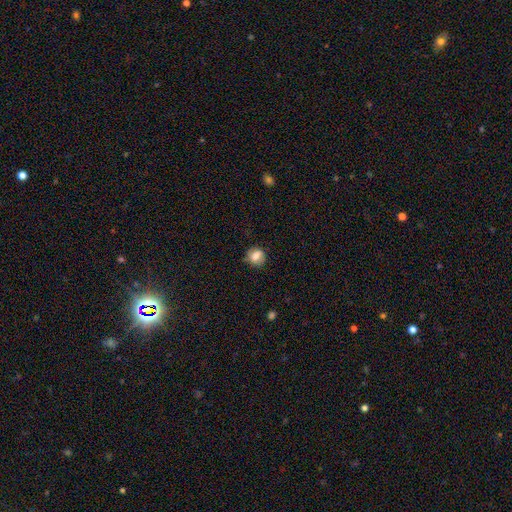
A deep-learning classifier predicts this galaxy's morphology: type=smooth (78%); roundness=round (76%); merging=none (76%).